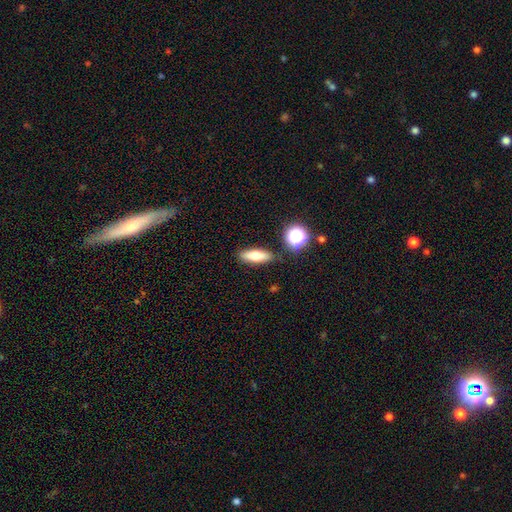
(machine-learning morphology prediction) Smooth or featured: smooth — 67% (featured or disk — 24%)
How rounded: in between — 55% (cigar-shaped — 38%)
Merging: none — 84% (minor disturbance — 10%)